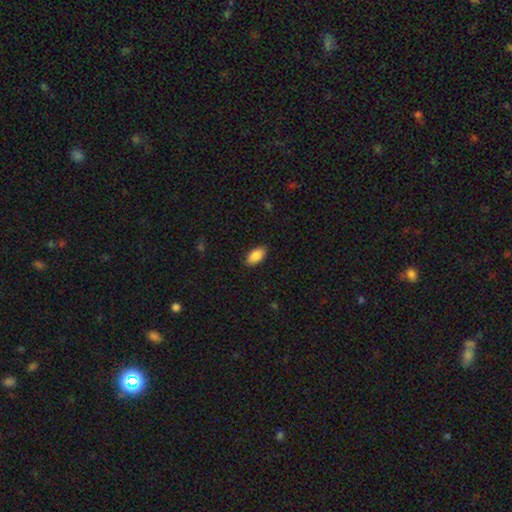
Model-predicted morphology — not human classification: Smooth or featured? Predicted: smooth (p=0.87). How rounded? Predicted: in between (p=0.93). Merging? Predicted: none (p=0.86).